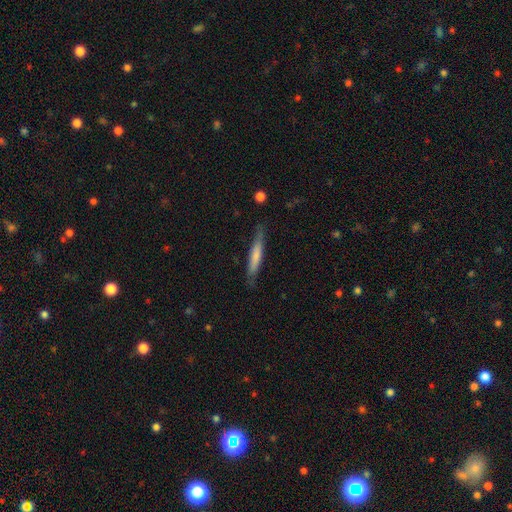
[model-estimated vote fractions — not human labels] smooth-or-featured: smooth: 65% | featured or disk: 30% | star or artifact: 5%
  how-rounded: cigar-shaped: 92% | in between: 6% | round: 1%
  merging: none: 80% | minor disturbance: 15% | major disturbance: 3% | merger: 1%